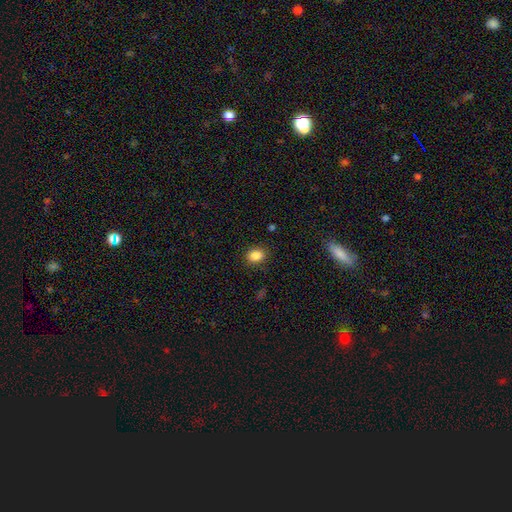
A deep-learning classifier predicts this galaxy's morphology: Smooth or featured?
  - smooth: 86% *
  - star or artifact: 10%
  - featured or disk: 5%
How rounded?
  - in between: 63% *
  - round: 36%
  - cigar-shaped: 1%
Merging?
  - none: 87% *
  - minor disturbance: 9%
  - major disturbance: 3%
  - merger: 1%